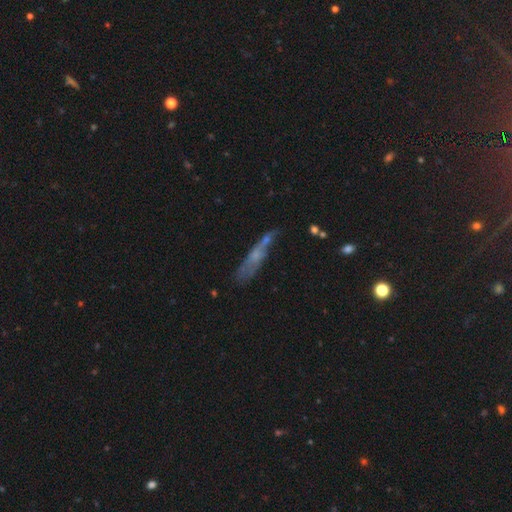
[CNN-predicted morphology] Overall: smooth (45%; featured or disk 42%). Merging: none (46%; minor disturbance 24%).